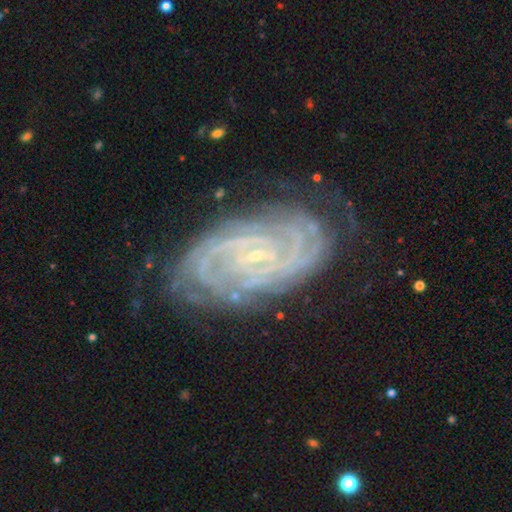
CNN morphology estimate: smooth_or_featured: featured or disk (p=0.89) [alt: star or artifact p=0.06]
disk_edge_on: no (p=0.96) [alt: yes p=0.04]
bar: no (p=0.56) [alt: weak p=0.32]
has_spiral_arms: yes (p=0.98) [alt: no p=0.02]
spiral_winding: tight (p=0.77) [alt: medium p=0.19]
spiral_arm_count: can't tell (p=0.26) [alt: 2 p=0.22]
bulge_size: small (p=0.87) [alt: moderate p=0.07]
merging: none (p=0.74) [alt: minor disturbance p=0.18]